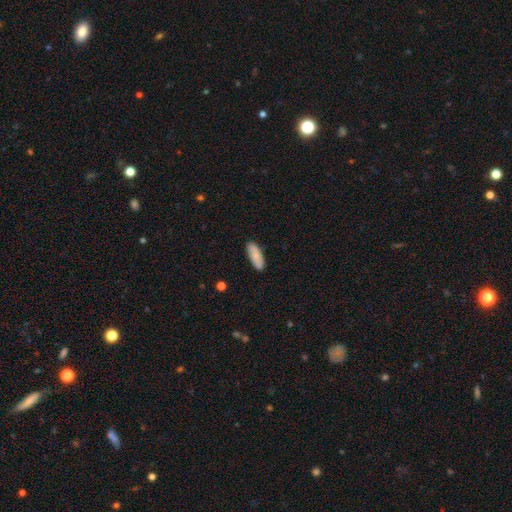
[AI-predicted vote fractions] Overall: smooth (82%). How rounded: in between (72%). Merging: none (87%).